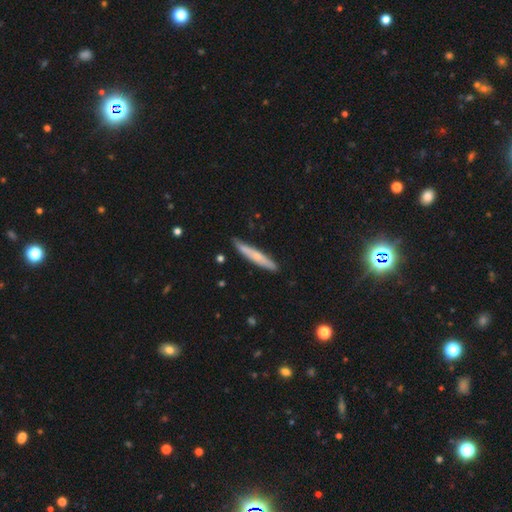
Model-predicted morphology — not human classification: type=smooth (54%); roundness=cigar-shaped (94%); merging=none (86%).